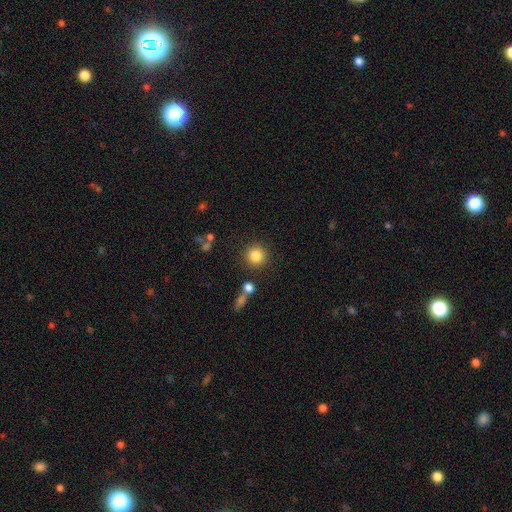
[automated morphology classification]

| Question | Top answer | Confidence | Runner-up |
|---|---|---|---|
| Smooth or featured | smooth | 84% | star or artifact (10%) |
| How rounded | round | 92% | in between (7%) |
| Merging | none | 85% | minor disturbance (7%) |